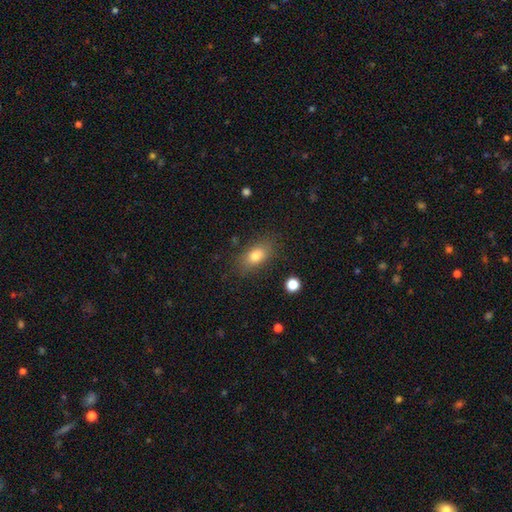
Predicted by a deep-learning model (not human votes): A smooth galaxy with no disk features (79%) that is in between round and cigar-shaped (83%).

Vote fractions:
- Smooth or featured? smooth: 79% / featured or disk: 11% / star or artifact: 9%
- How rounded? in between: 83% / round: 11% / cigar-shaped: 6%
- Merging? none: 80% / minor disturbance: 13% / major disturbance: 5% / merger: 2%